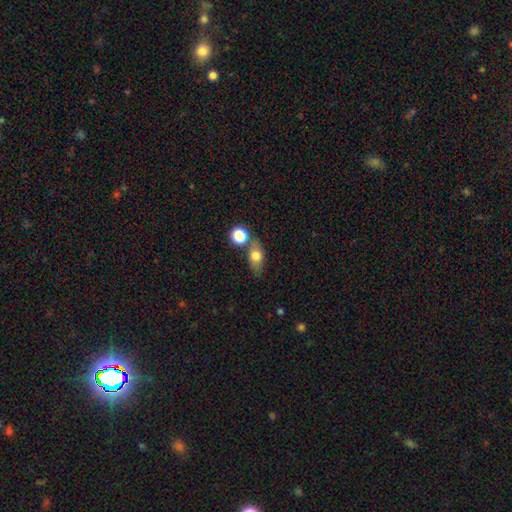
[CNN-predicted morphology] This is likely a smooth galaxy (70%). How rounded: likely in between (66%). Merging: possibly none (60%).